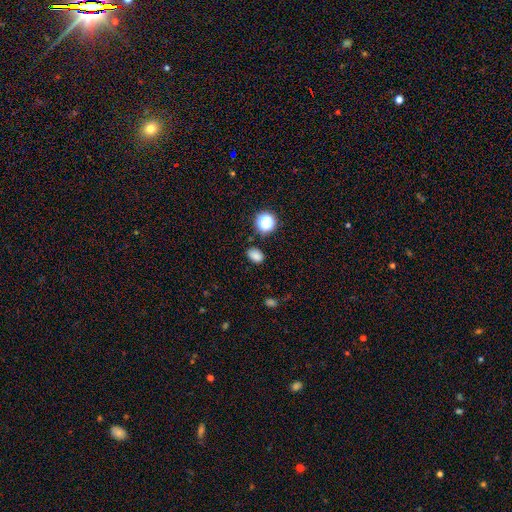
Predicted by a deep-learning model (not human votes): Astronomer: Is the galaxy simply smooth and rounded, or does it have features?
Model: smooth — 80%.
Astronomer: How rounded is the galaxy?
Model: in between — 75%.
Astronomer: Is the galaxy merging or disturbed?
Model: none — 83%.